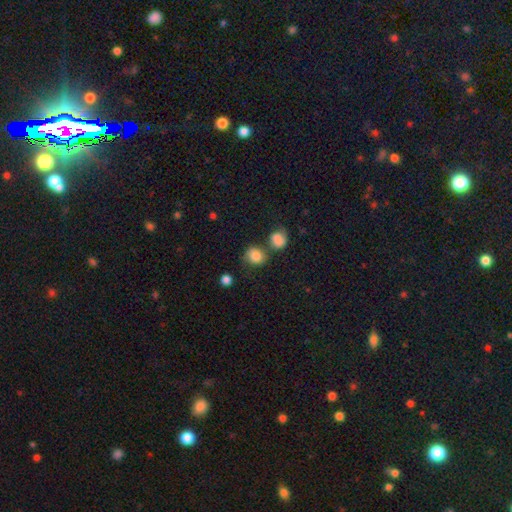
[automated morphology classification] smooth-or-featured: smooth: 83% | star or artifact: 9% | featured or disk: 8%
  how-rounded: round: 73% | in between: 26% | cigar-shaped: 1%
  merging: none: 54% | merger: 22% | minor disturbance: 17% | major disturbance: 7%